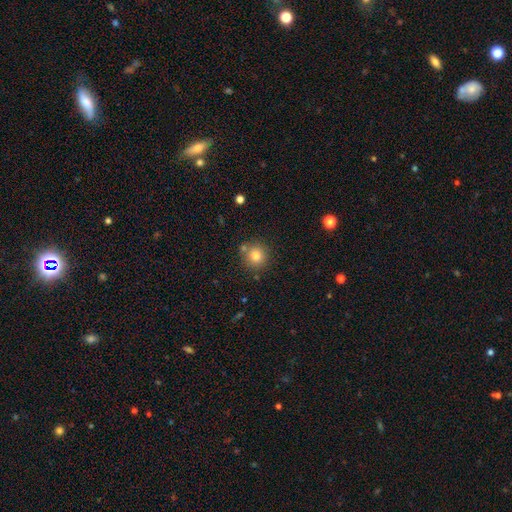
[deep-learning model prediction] The model was most divided on "smooth or featured": smooth: 80%, star or artifact: 12%, featured or disk: 9%. More confident: how rounded — round (92%); merging — none (79%).